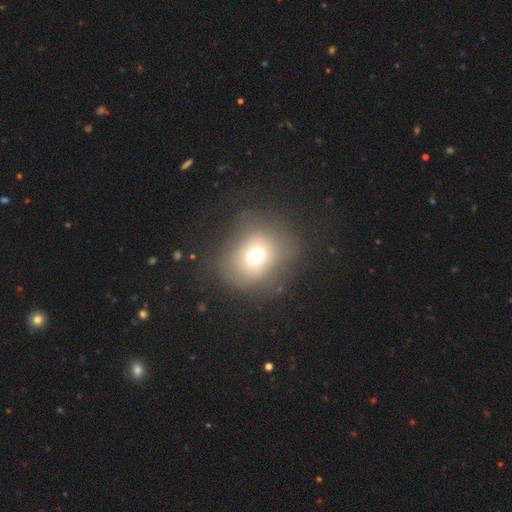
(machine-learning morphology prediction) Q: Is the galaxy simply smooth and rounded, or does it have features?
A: smooth — 66%.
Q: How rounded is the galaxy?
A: round — 69%.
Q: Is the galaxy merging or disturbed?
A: none — 66%.